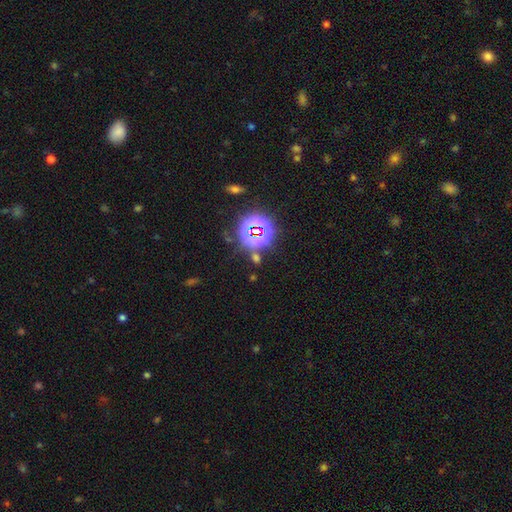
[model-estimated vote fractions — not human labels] Smooth or featured?
  - star or artifact: 74% *
  - smooth: 17%
  - featured or disk: 9%